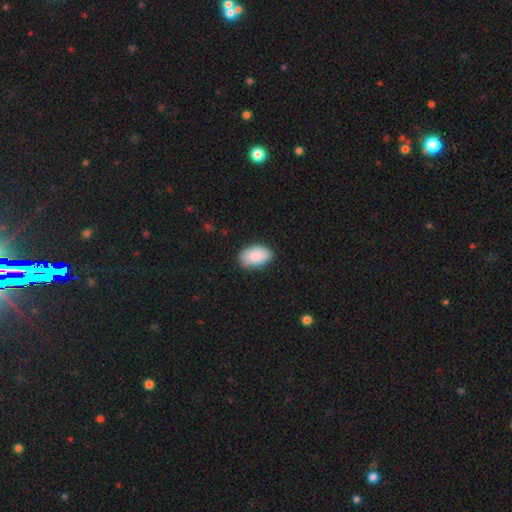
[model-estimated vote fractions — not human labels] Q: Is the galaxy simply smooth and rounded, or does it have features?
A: smooth — 90%.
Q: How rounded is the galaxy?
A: in between — 94%.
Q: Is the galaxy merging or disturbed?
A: none — 86%.